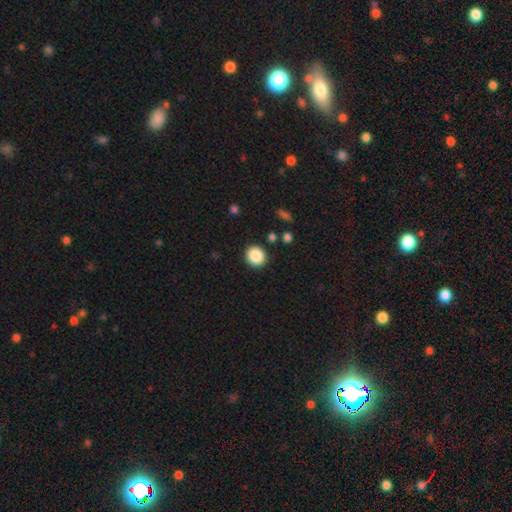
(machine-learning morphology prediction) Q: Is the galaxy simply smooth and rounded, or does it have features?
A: smooth — 87%.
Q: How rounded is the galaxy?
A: round — 86%.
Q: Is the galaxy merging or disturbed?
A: none — 90%.